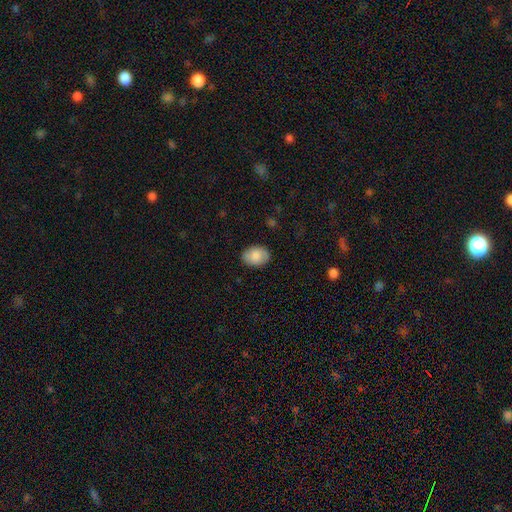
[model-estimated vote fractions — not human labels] This appears to be a smooth galaxy with no disk features (85%) that is in between round and cigar-shaped (77%). Merging: none (87%).